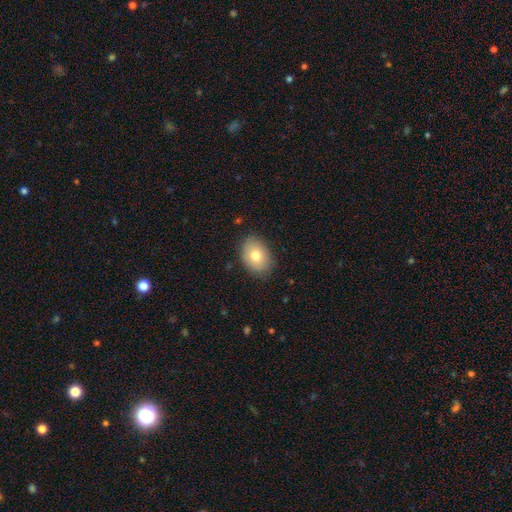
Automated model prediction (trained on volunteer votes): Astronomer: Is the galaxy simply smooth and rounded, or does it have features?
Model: smooth — 76%.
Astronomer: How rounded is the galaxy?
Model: in between — 74%.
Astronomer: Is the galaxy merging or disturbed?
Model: none — 85%.